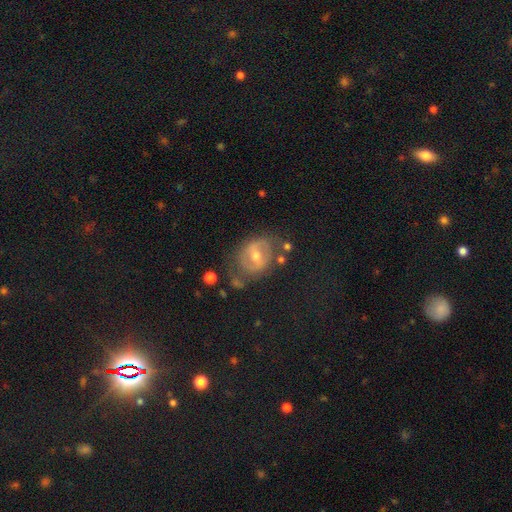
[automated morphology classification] Q: Smooth or featured?
A: featured or disk (63%); runner-up: smooth (26%)
Q: Edge-on disk?
A: no (95%); runner-up: yes (5%)
Q: Bar?
A: weak (45%); runner-up: strong (28%)
Q: Spiral arms?
A: yes (57%); runner-up: no (43%)
Q: Bulge size?
A: moderate (69%); runner-up: small (25%)
Q: Merging?
A: none (61%); runner-up: minor disturbance (22%)